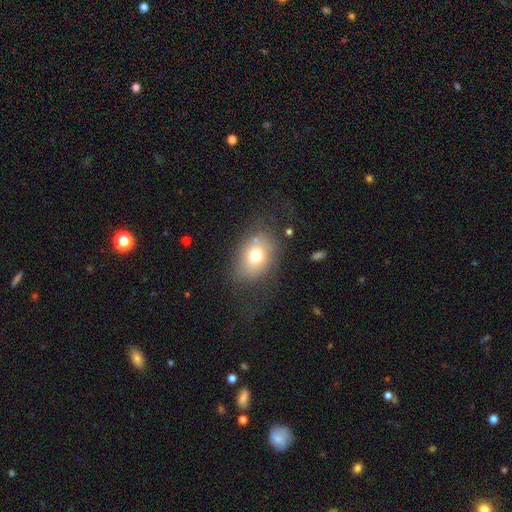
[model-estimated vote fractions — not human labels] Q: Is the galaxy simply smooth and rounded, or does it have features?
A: smooth — 72%.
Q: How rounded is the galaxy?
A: in between — 69%.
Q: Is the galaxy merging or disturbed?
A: none — 67%.